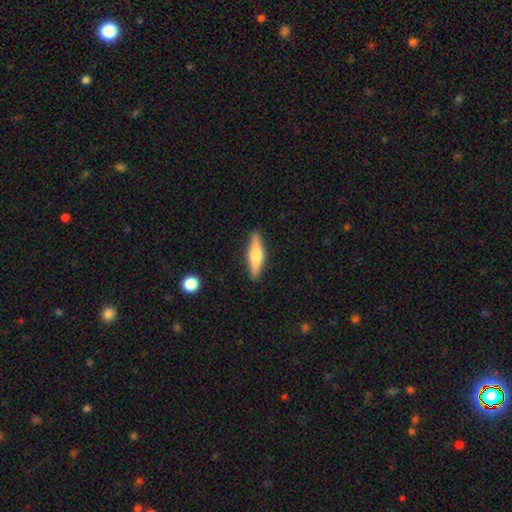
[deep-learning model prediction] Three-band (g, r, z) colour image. It shows a smooth galaxy with no disk features (54%) that is cigar-shaped (72%). Merging: none (88%).